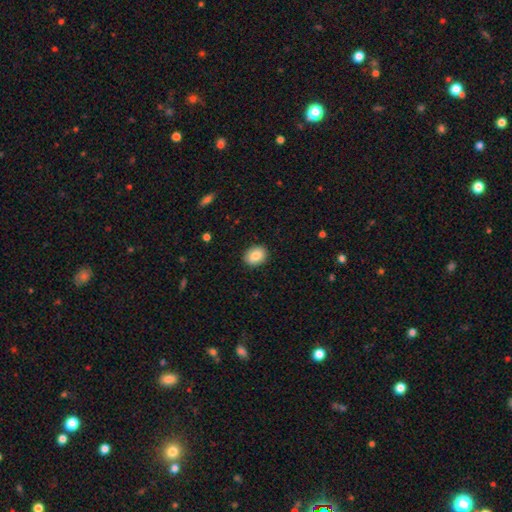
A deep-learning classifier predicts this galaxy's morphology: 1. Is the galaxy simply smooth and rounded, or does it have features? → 85% smooth, 8% star or artifact, 7% featured or disk.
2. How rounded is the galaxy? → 52% in between, 47% round, 1% cigar-shaped.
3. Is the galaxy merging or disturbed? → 90% none, 7% minor disturbance, 2% major disturbance, 1% merger.